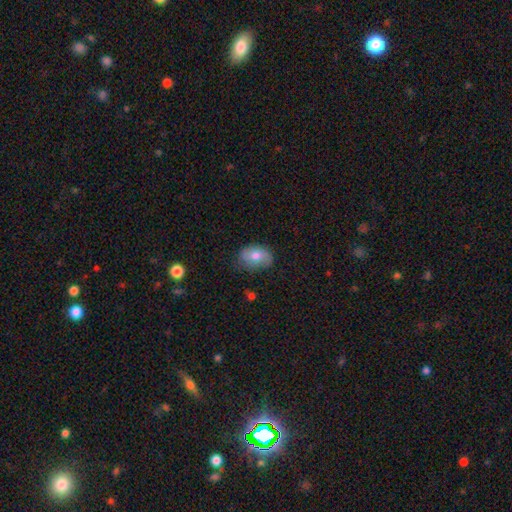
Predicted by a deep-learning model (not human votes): This is likely a smooth galaxy (71%). How rounded: clearly in between (83%). Merging: likely none (67%).